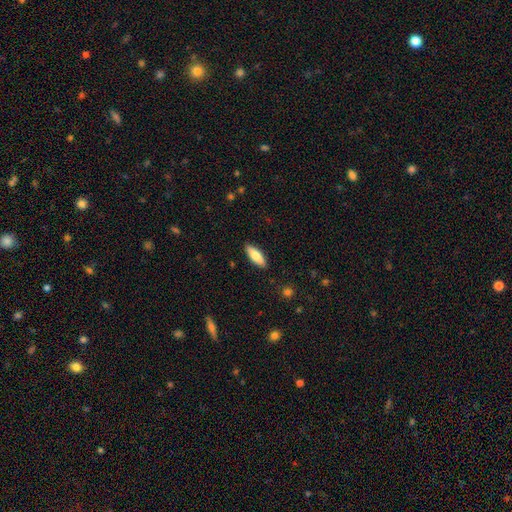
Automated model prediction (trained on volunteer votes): Morphology: type=smooth (77%); roundness=in between (59%); merging=none (89%).